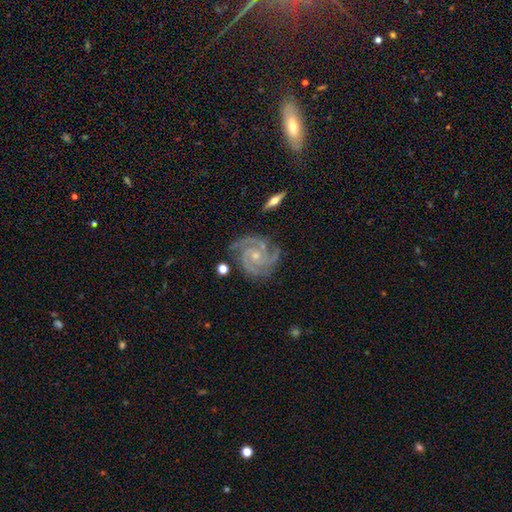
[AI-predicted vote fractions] Smooth or featured: featured or disk — 93% (star or artifact — 5%)
Edge-on disk: no — 98% (yes — 2%)
Bar: no — 72% (weak — 21%)
Spiral arms: yes — 99% (no — 1%)
Spiral winding: tight — 69% (medium — 28%)
Spiral arm count: 3 — 50% (2 — 29%)
Bulge size: small — 70% (moderate — 26%)
Merging: none — 76% (minor disturbance — 17%)